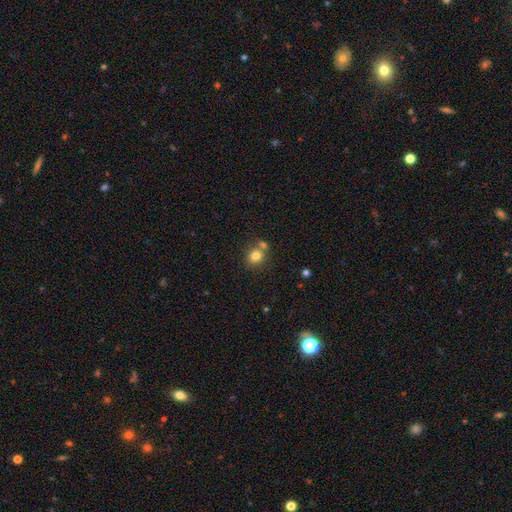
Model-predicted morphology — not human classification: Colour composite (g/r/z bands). It shows a smooth galaxy with no disk features (81%) that is round (82%). Merging: none (59%).